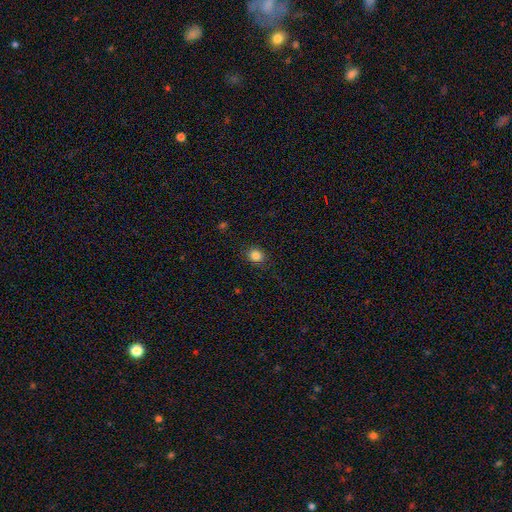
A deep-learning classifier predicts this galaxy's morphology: This is clearly a smooth galaxy (84%). How rounded: likely round (75%). Merging: clearly none (86%).